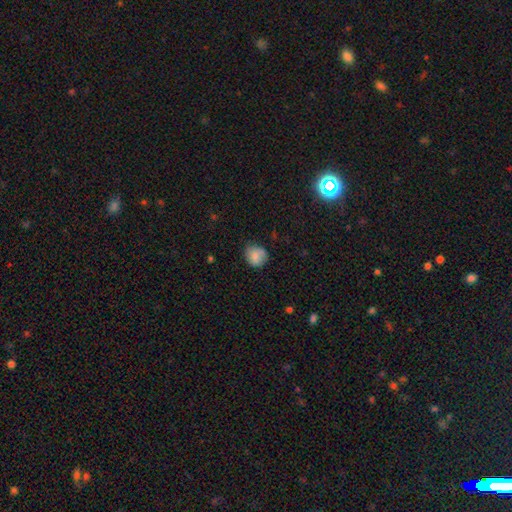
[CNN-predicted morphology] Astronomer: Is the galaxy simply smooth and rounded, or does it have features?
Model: smooth — 80%.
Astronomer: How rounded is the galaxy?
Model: round — 78%.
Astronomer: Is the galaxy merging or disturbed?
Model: none — 69%.